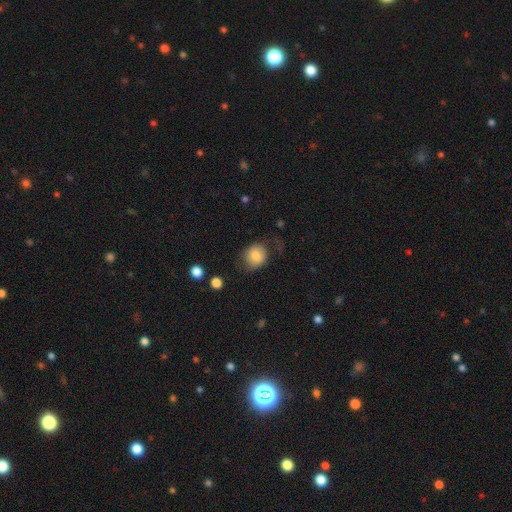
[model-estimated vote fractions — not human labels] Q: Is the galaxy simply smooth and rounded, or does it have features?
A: smooth — 76%.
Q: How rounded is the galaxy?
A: round — 66%.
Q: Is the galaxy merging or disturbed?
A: none — 60%.